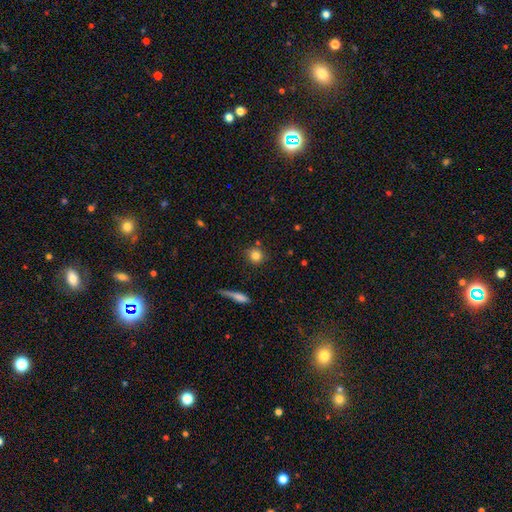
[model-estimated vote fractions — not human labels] A smooth galaxy with no disk features (81%) that is round (88%).

Vote fractions:
- Smooth or featured? smooth: 81% / star or artifact: 11% / featured or disk: 9%
- How rounded? round: 88% / in between: 10% / cigar-shaped: 2%
- Merging? none: 80% / minor disturbance: 11% / merger: 6% / major disturbance: 3%